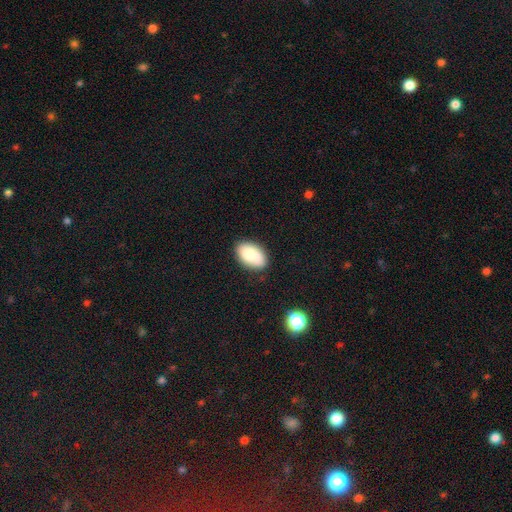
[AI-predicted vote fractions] smooth_or_featured: smooth (p=0.83) [alt: featured or disk p=0.10]
how_rounded: in between (p=0.92) [alt: round p=0.06]
merging: none (p=0.82) [alt: minor disturbance p=0.14]